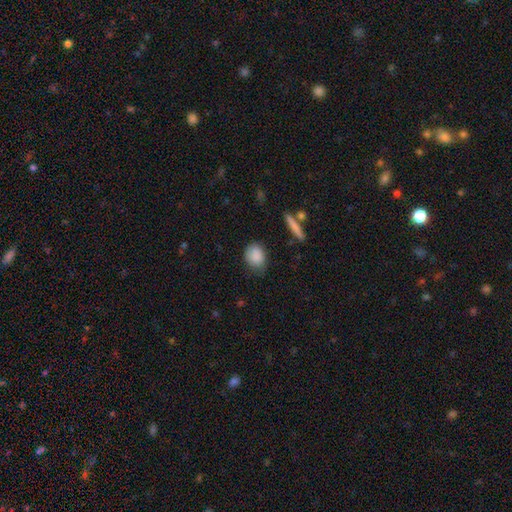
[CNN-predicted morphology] The model was most divided on "how rounded": round: 51%, in between: 46%, cigar-shaped: 2%. More confident: smooth or featured — smooth (87%); merging — none (69%).